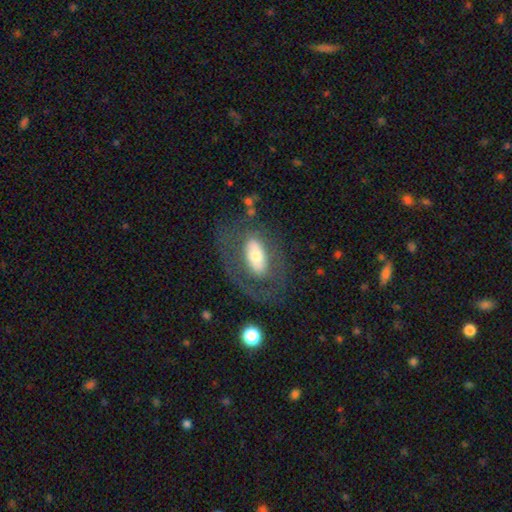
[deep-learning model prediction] Overall: featured or disk (50%; smooth 43%). Edge-on disk: no (88%). Merging: none (60%; major disturbance 21%).